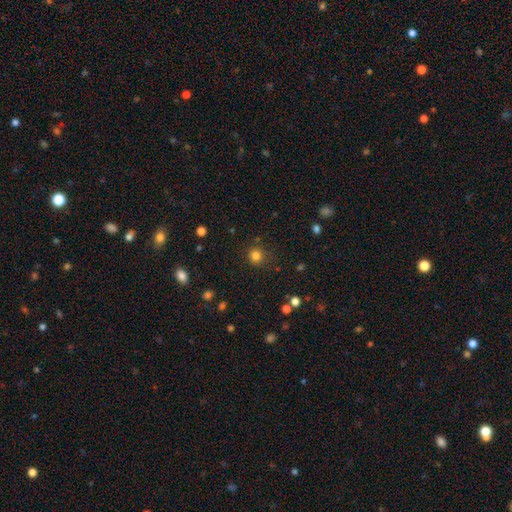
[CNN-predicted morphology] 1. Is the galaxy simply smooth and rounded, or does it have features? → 81% smooth, 14% star or artifact, 5% featured or disk.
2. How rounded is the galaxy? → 91% round, 8% in between, 1% cigar-shaped.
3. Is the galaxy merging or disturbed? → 85% none, 10% minor disturbance, 3% major disturbance, 2% merger.